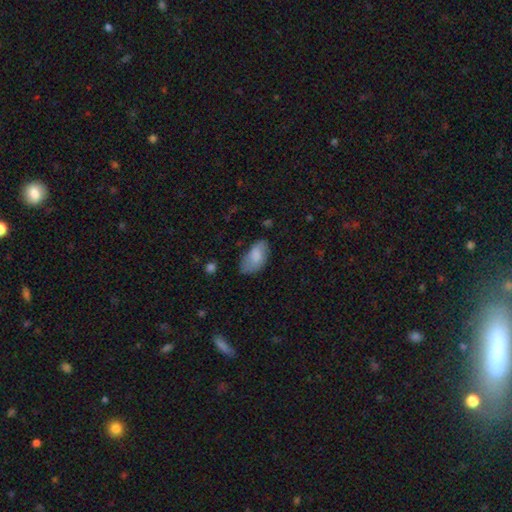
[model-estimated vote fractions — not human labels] Morphology: type=smooth (79%); roundness=in between (95%); merging=none (62%).